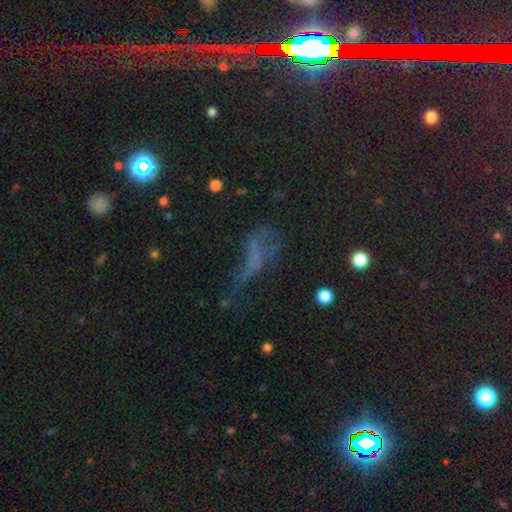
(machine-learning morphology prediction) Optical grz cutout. It shows a star or artifact, not a galaxy (37%).